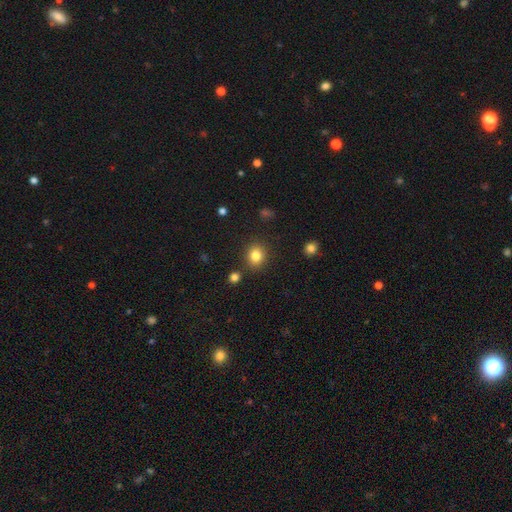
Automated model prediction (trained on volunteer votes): Overall: smooth (83%). How rounded: round (74%). Merging: none (85%).